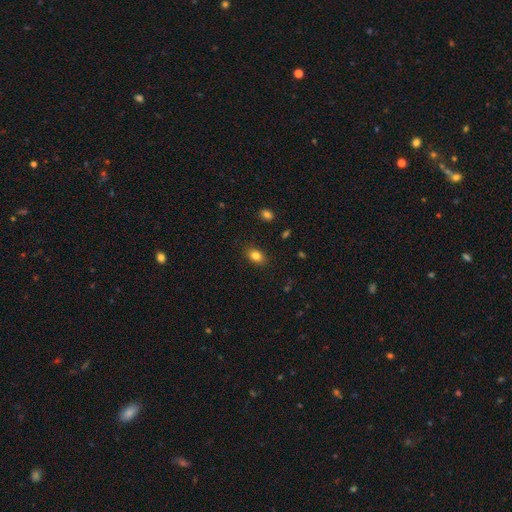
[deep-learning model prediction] Smooth or featured: smooth — 83% (star or artifact — 10%)
How rounded: in between — 79% (round — 19%)
Merging: none — 86% (minor disturbance — 10%)